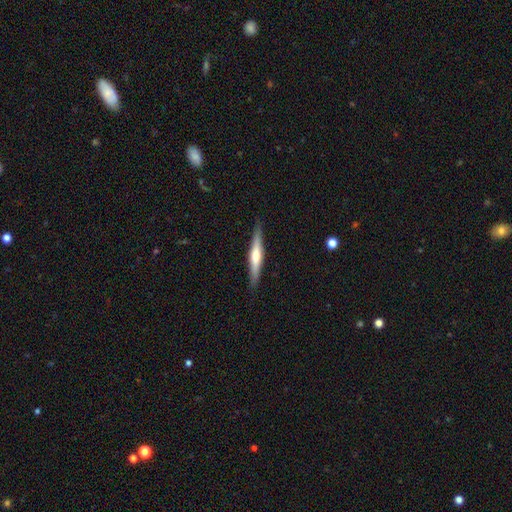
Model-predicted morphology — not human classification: Smooth or featured? Predicted: featured or disk (p=0.59). Edge-on disk? Predicted: yes (p=0.97). Edge-on bulge? Predicted: rounded (p=0.79). Merging? Predicted: none (p=0.90).